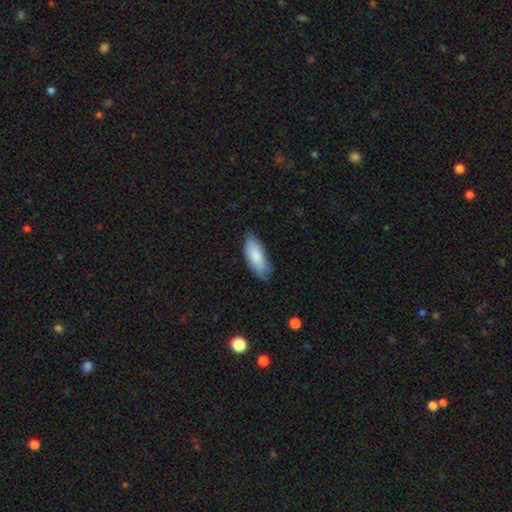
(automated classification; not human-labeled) Smooth or featured? Predicted: smooth (p=0.84). How rounded? Predicted: in between (p=0.79). Merging? Predicted: none (p=0.76).